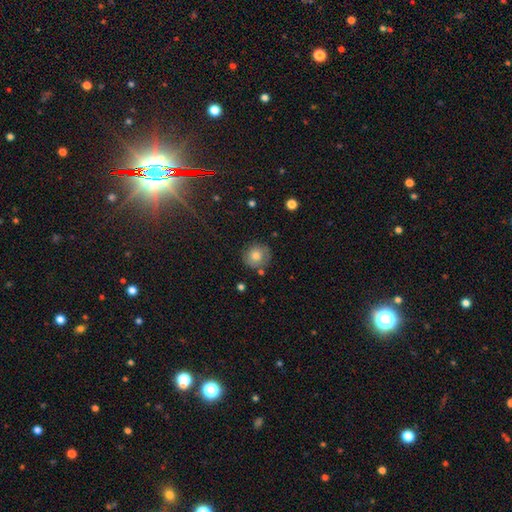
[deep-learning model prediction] smooth_or_featured: smooth (p=0.72) [alt: featured or disk p=0.18]
how_rounded: round (p=0.91) [alt: in between p=0.08]
merging: none (p=0.78) [alt: minor disturbance p=0.14]